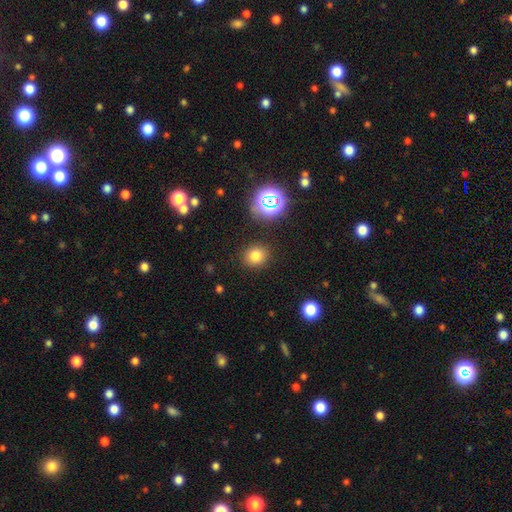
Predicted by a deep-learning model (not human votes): This appears to be a smooth galaxy with no disk features (77%) that is round (79%). Merging: none (88%).